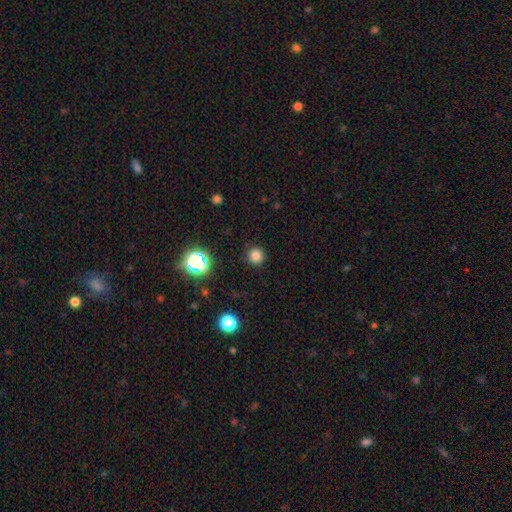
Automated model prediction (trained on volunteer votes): smooth-or-featured: smooth: 80% | star or artifact: 16% | featured or disk: 4%
  how-rounded: round: 95% | in between: 4% | cigar-shaped: 1%
  merging: none: 91% | minor disturbance: 6% | major disturbance: 2% | merger: 1%